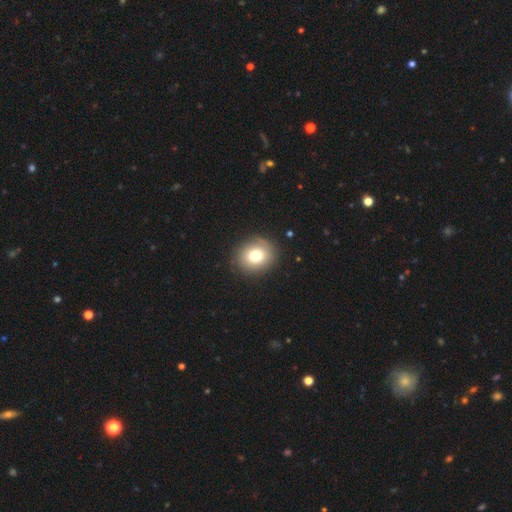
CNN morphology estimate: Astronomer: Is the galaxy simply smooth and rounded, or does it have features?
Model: smooth — 75%.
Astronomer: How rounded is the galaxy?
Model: round — 76%.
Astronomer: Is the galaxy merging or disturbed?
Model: none — 86%.